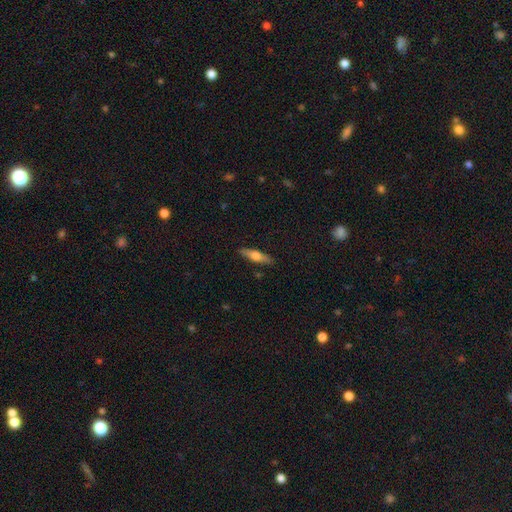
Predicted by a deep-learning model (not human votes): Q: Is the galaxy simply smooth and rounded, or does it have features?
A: smooth — 48%.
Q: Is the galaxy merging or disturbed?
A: none — 88%.